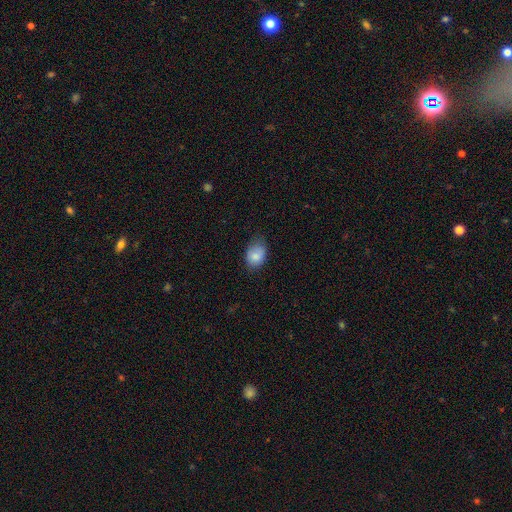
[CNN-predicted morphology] The model was most divided on "merging": none: 60%, minor disturbance: 31%, major disturbance: 8%, merger: 1%. More confident: smooth or featured — smooth (83%); how rounded — in between (72%).